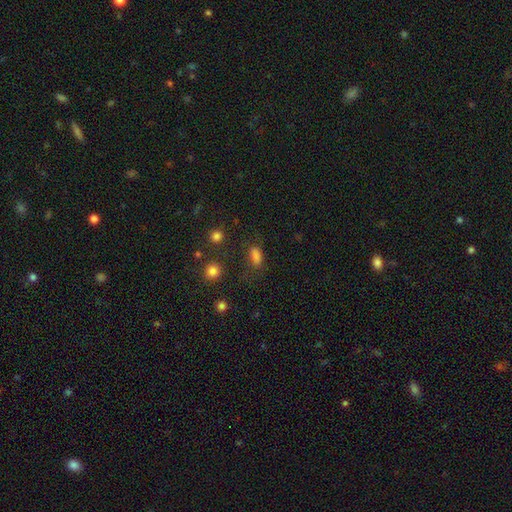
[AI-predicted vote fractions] Q: Smooth or featured?
A: smooth (79%); runner-up: star or artifact (15%)
Q: How rounded?
A: in between (80%); runner-up: cigar-shaped (10%)
Q: Merging?
A: none (66%); runner-up: minor disturbance (19%)